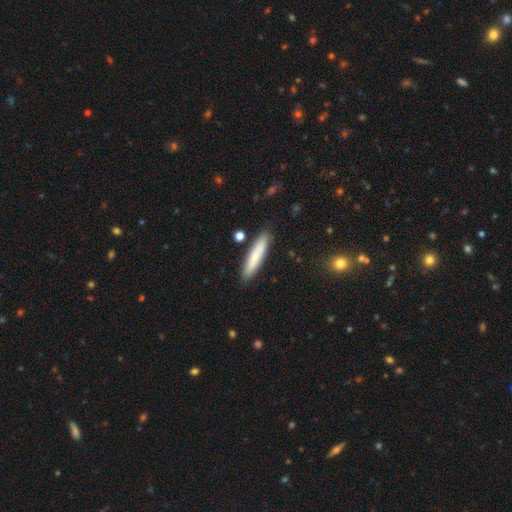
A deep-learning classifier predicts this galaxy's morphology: A smooth galaxy with no disk features (77%) that is cigar-shaped (89%).

Vote fractions:
- Smooth or featured? smooth: 77% / featured or disk: 17% / star or artifact: 6%
- How rounded? cigar-shaped: 89% / in between: 10% / round: 1%
- Merging? none: 87% / minor disturbance: 9% / merger: 2% / major disturbance: 2%